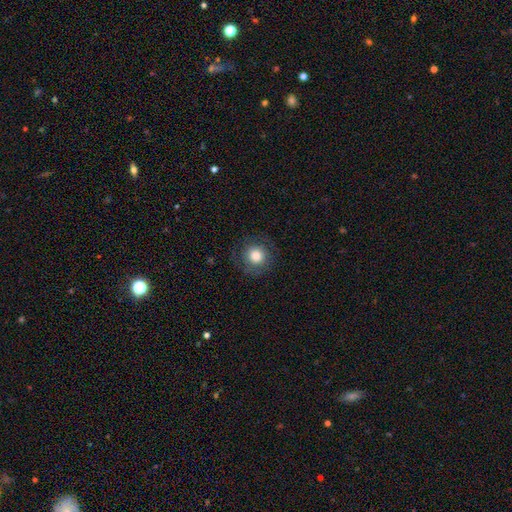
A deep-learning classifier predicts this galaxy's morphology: smooth-or-featured: smooth: 80% | featured or disk: 10% | star or artifact: 10%
  how-rounded: round: 94% | in between: 5% | cigar-shaped: 1%
  merging: none: 83% | minor disturbance: 11% | major disturbance: 5% | merger: 1%